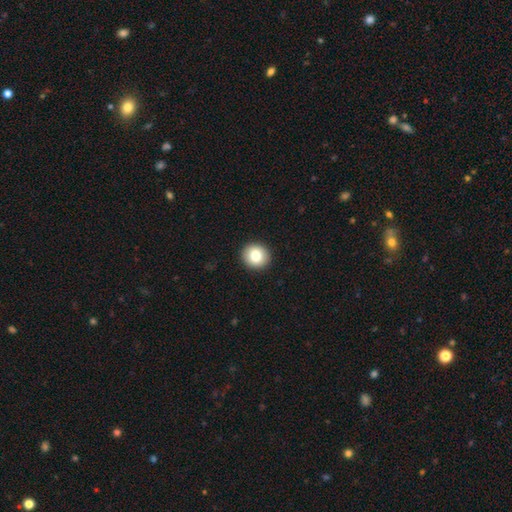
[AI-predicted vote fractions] Morphology: type=smooth (82%); roundness=round (89%); merging=none (93%).